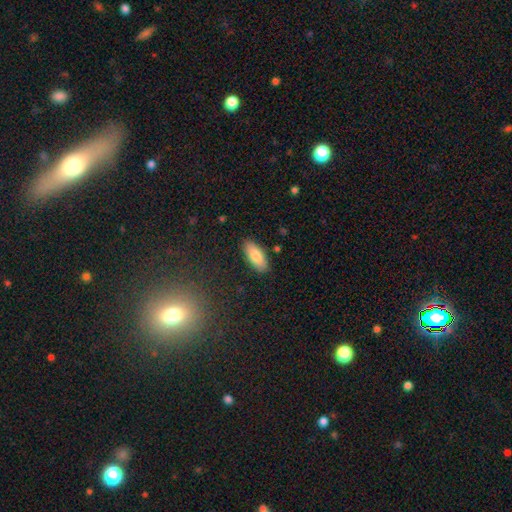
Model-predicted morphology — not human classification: type=smooth (81%); roundness=in between (83%); merging=none (87%).